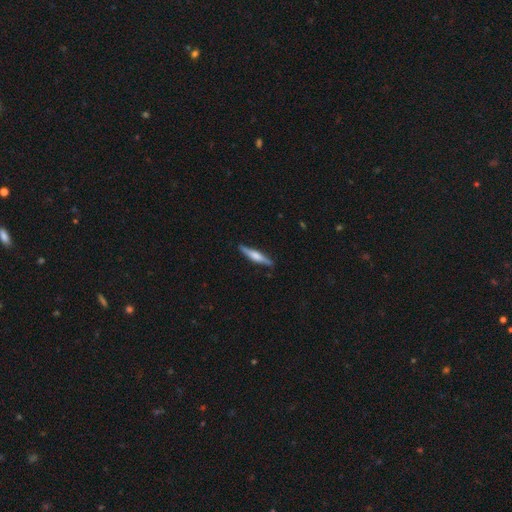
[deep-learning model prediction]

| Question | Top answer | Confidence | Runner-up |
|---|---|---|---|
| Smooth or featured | featured or disk | 52% | smooth (43%) |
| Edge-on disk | yes | 96% | no (4%) |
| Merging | none | 86% | minor disturbance (11%) |